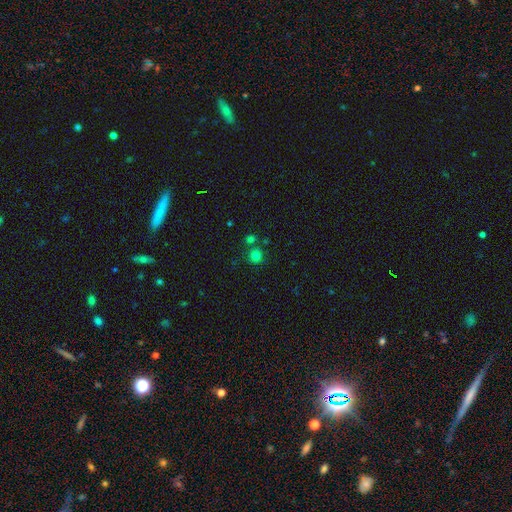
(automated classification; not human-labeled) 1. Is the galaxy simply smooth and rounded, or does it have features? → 78% smooth, 17% star or artifact, 6% featured or disk.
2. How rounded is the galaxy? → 92% round, 7% in between, 1% cigar-shaped.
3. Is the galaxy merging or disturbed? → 76% none, 13% merger, 8% minor disturbance, 3% major disturbance.